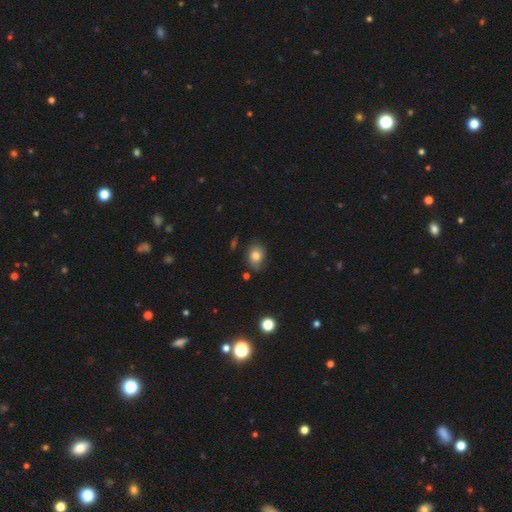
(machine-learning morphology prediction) Smooth or featured? Predicted: smooth (p=0.79). How rounded? Predicted: in between (p=0.70). Merging? Predicted: none (p=0.70).